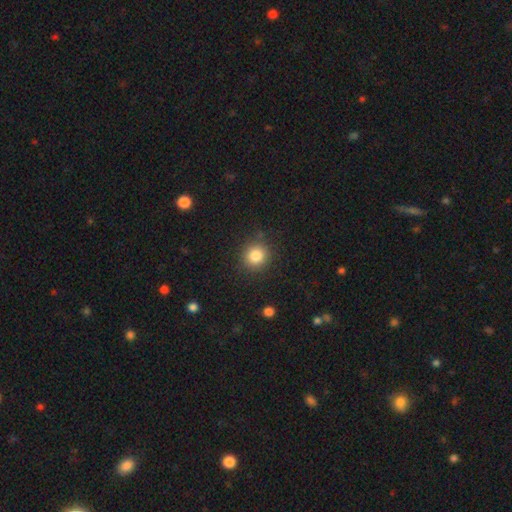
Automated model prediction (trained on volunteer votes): smooth_or_featured: smooth (p=0.83) [alt: star or artifact p=0.11]
how_rounded: round (p=0.89) [alt: in between p=0.10]
merging: none (p=0.88) [alt: minor disturbance p=0.08]